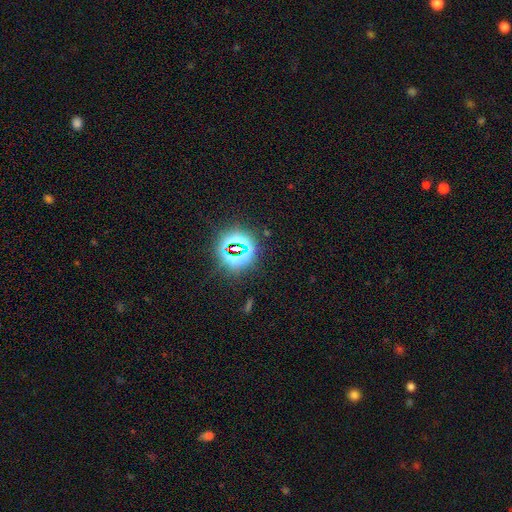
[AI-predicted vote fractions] Morphology: type=star or artifact (76%).